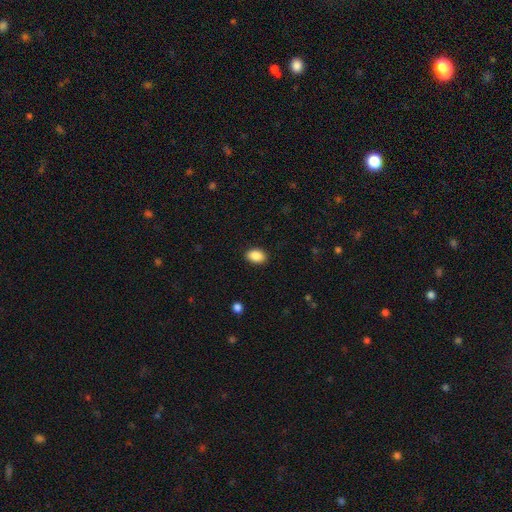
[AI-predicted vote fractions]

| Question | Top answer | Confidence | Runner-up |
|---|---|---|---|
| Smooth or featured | smooth | 89% | star or artifact (8%) |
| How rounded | in between | 84% | round (14%) |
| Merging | none | 90% | minor disturbance (7%) |